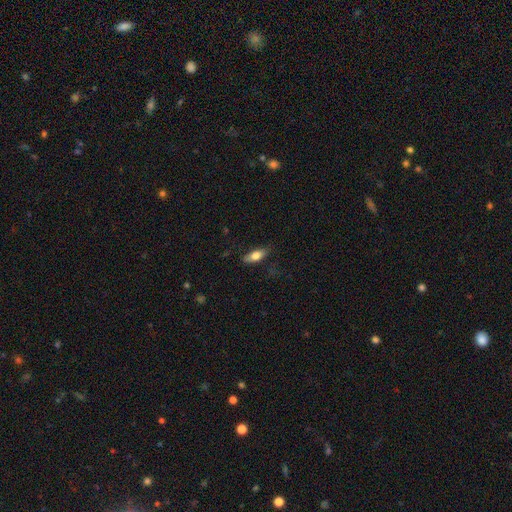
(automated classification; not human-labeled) Smooth or featured: smooth — 71% (featured or disk — 22%)
How rounded: in between — 72% (cigar-shaped — 24%)
Merging: none — 77% (minor disturbance — 17%)